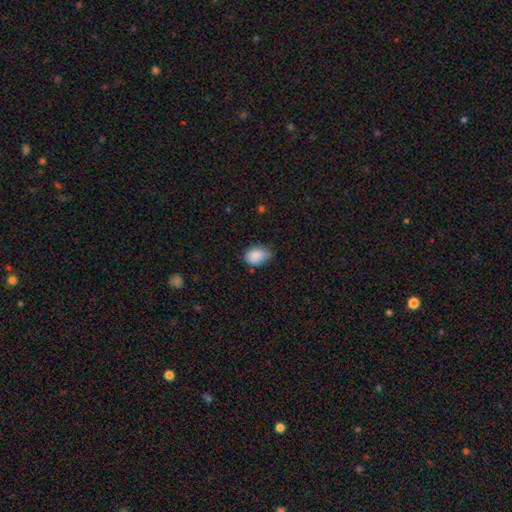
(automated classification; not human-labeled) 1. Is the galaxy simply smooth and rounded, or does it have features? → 87% smooth, 8% star or artifact, 5% featured or disk.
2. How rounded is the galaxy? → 75% in between, 24% round, 1% cigar-shaped.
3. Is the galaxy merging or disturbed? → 53% none, 38% minor disturbance, 6% major disturbance, 2% merger.